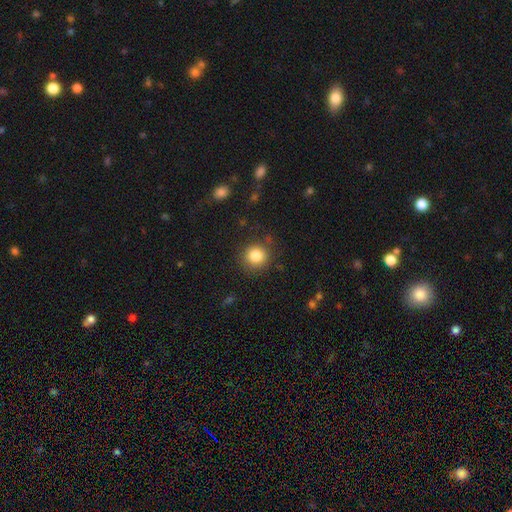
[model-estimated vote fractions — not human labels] smooth_or_featured: smooth (p=0.83) [alt: star or artifact p=0.11]
how_rounded: round (p=0.90) [alt: in between p=0.09]
merging: none (p=0.86) [alt: minor disturbance p=0.09]